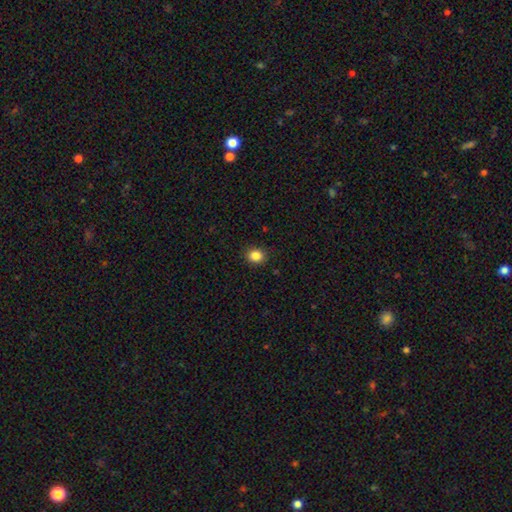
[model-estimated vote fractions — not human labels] A smooth galaxy with no disk features (86%) that is round (71%). Merging: none (90%).